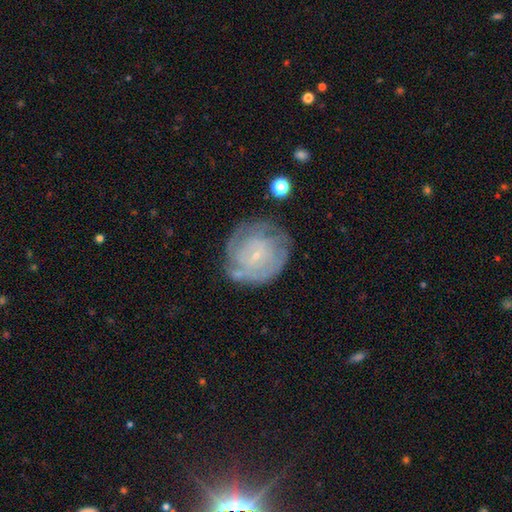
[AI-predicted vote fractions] Overall: featured or disk (72%). Edge-on disk: no (97%). Bar: no (65%; weak 30%). Spiral arms: yes (84%). Spiral arm count: can't tell (50%; 2 17%). Spiral winding: tight (72%). Bulge size: small (85%). Merging: none (65%).